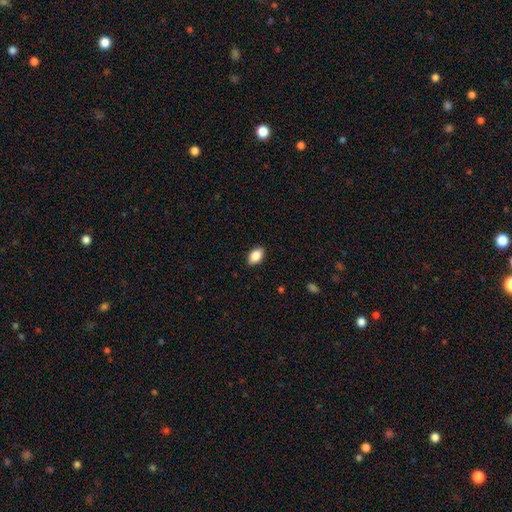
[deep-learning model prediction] The model was most divided on "merging": none: 89%, minor disturbance: 9%, major disturbance: 2%, merger: 1%. More confident: how rounded — in between (90%); smooth or featured — smooth (88%).